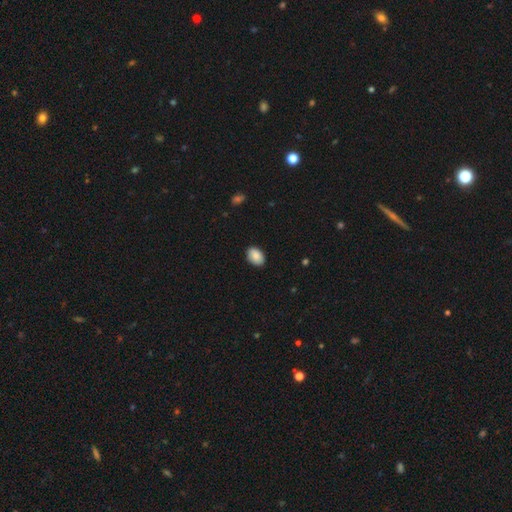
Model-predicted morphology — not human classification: smooth-or-featured: smooth: 87% | star or artifact: 7% | featured or disk: 6%
  how-rounded: in between: 86% | round: 13% | cigar-shaped: 1%
  merging: none: 87% | minor disturbance: 10% | major disturbance: 2% | merger: 1%